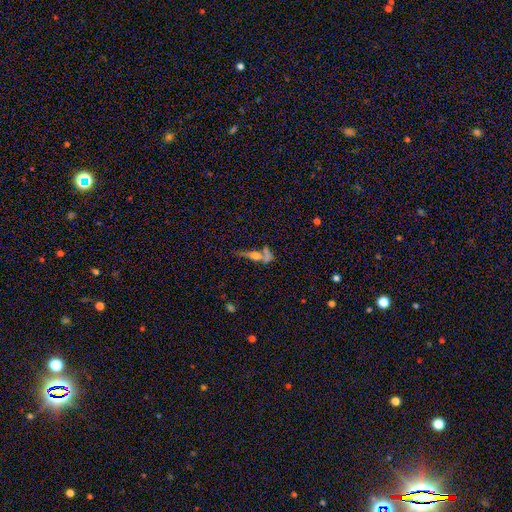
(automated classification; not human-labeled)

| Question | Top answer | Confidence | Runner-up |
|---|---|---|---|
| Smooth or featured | smooth | 45% | featured or disk (38%) |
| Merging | merger | 45% | none (25%) |